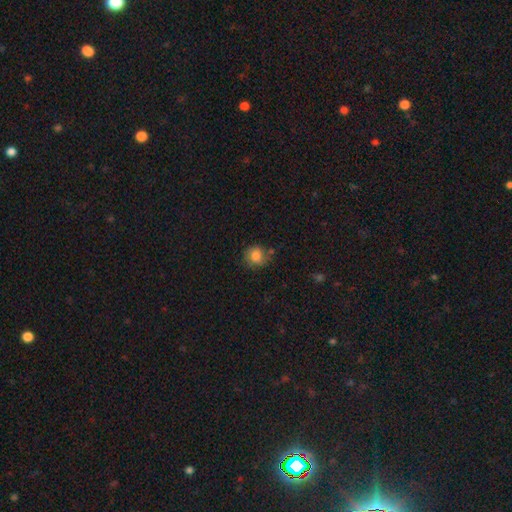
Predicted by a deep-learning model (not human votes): This appears to be a smooth galaxy with no disk features (80%) that is round (84%). Merging: none (69%).